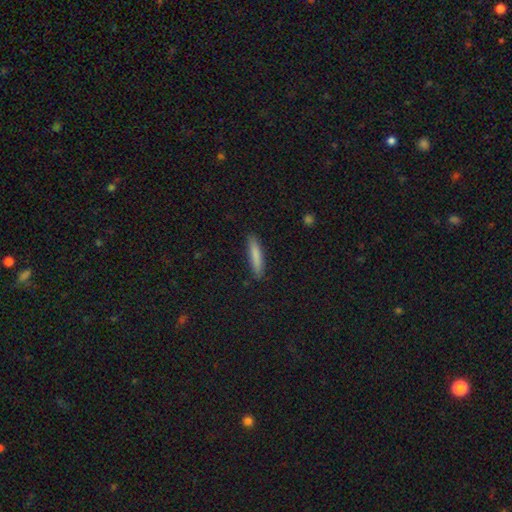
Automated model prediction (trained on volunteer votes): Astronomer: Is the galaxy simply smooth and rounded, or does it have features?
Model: smooth — 82%.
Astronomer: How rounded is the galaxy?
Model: cigar-shaped — 87%.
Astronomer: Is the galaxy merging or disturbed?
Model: none — 88%.